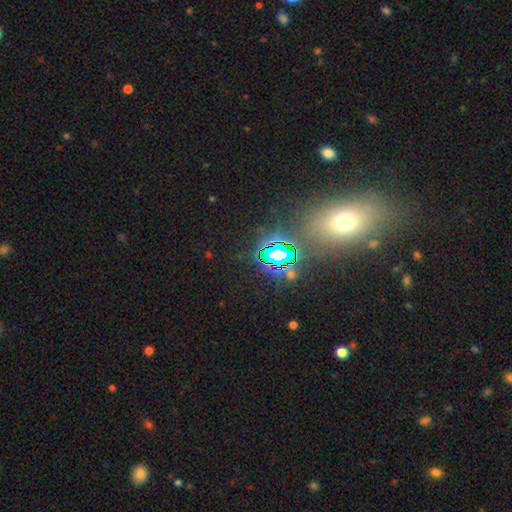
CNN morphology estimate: star or artifact 73%, smooth 17%, featured or disk 10%.